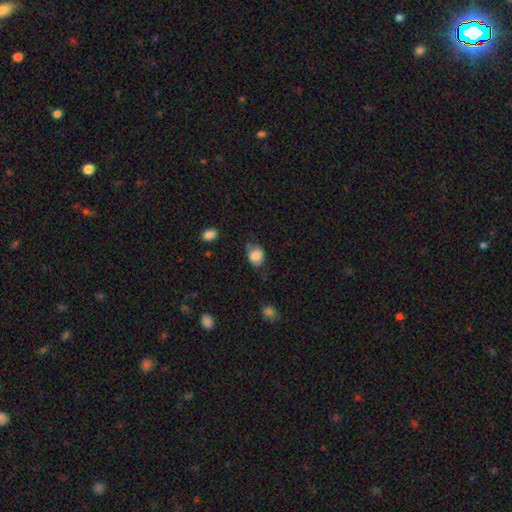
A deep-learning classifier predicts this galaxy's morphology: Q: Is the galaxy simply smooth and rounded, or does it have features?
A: smooth — 84%.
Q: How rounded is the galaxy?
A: round — 50%.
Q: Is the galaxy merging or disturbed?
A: none — 54%.